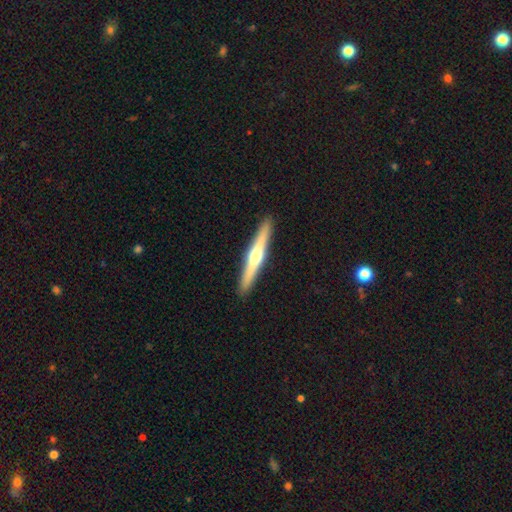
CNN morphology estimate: type=featured or disk (69%); edge-on=yes (97%); edge-on bulge=rounded (93%); merging=none (92%).